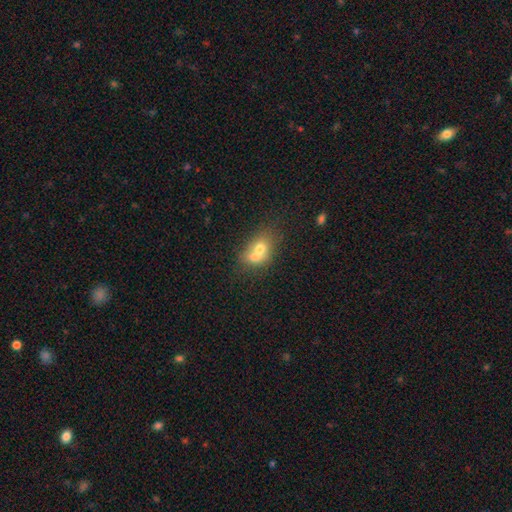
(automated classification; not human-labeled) smooth_or_featured: smooth (p=0.61) [alt: featured or disk p=0.24]
how_rounded: round (p=0.53) [alt: in between p=0.45]
merging: merger (p=0.62) [alt: none p=0.26]